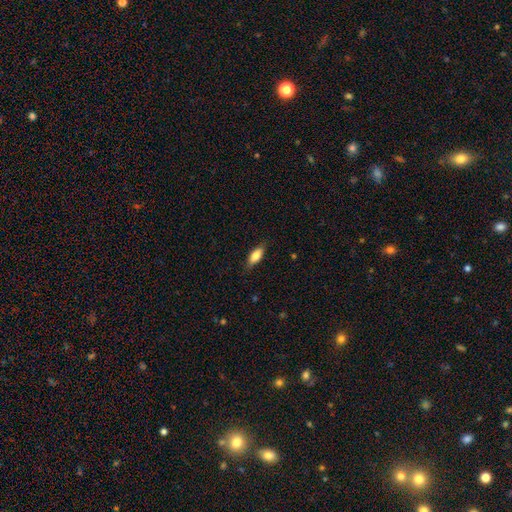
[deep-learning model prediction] Q: Smooth or featured?
A: smooth (80%); runner-up: featured or disk (13%)
Q: How rounded?
A: in between (76%); runner-up: cigar-shaped (22%)
Q: Merging?
A: none (82%); runner-up: minor disturbance (14%)